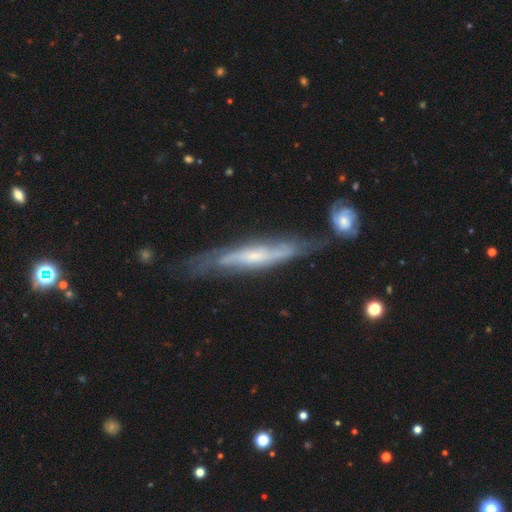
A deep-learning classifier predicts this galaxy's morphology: Smooth or featured: featured or disk — 72% (smooth — 22%)
Edge-on disk: yes — 64% (no — 36%)
Merging: none — 57% (minor disturbance — 21%)